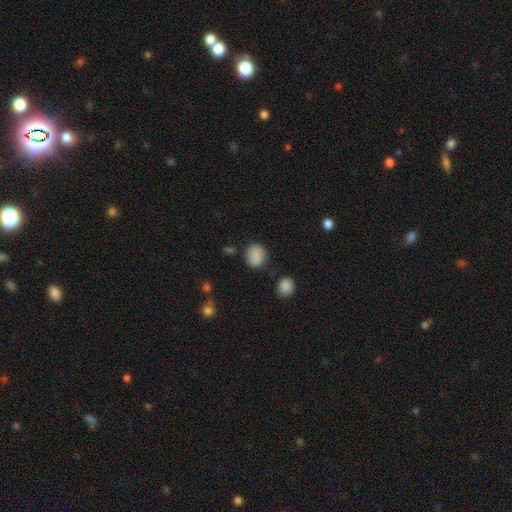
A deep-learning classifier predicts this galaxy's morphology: The model was most divided on "how rounded": round: 60%, in between: 39%, cigar-shaped: 1%. More confident: smooth or featured — smooth (85%); merging — none (77%).